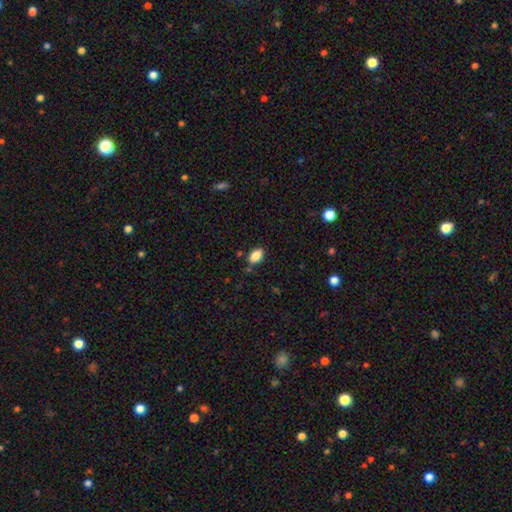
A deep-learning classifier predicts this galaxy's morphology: Smooth or featured? smooth (86%)
How rounded? in between (89%)
Merging? none (82%)